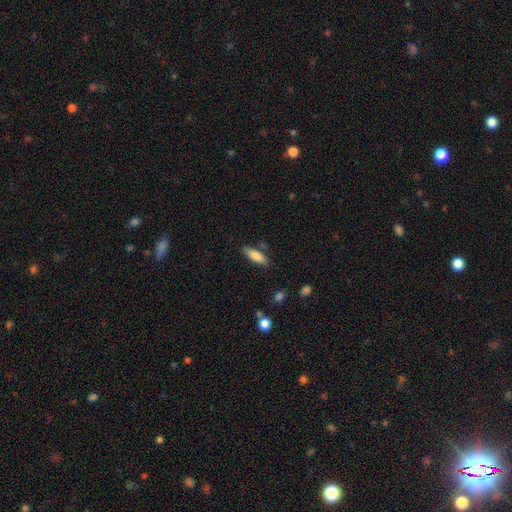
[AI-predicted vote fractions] This is clearly a smooth galaxy (80%). How rounded: possibly in between (55%). Merging: likely none (80%).